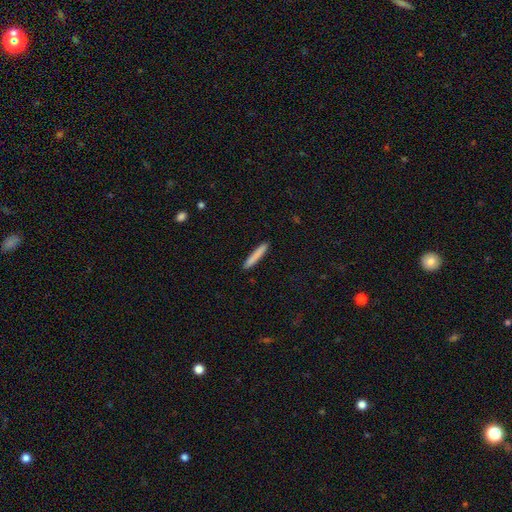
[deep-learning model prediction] Q: Smooth or featured?
A: smooth (83%); runner-up: featured or disk (11%)
Q: How rounded?
A: cigar-shaped (95%); runner-up: in between (4%)
Q: Merging?
A: none (91%); runner-up: minor disturbance (6%)